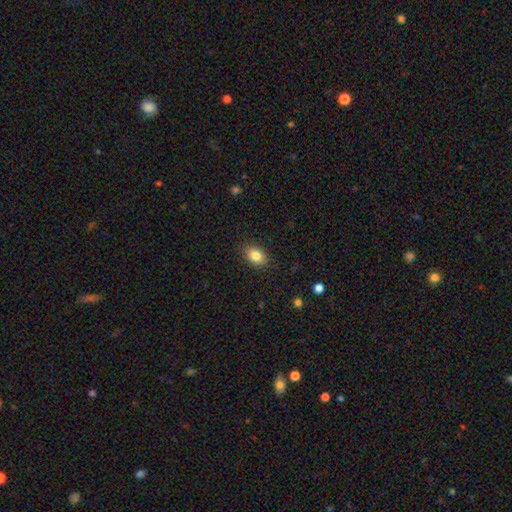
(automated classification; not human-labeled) A smooth galaxy with no disk features (84%) that is in between round and cigar-shaped (83%). Merging: none (87%).